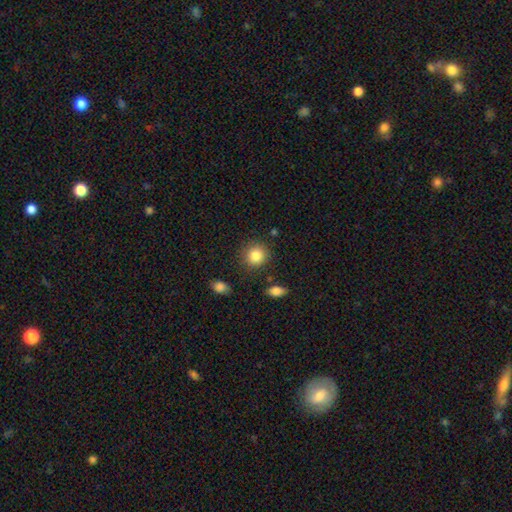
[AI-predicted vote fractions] Smooth or featured: smooth — 85% (star or artifact — 9%)
How rounded: round — 88% (in between — 11%)
Merging: none — 85% (minor disturbance — 9%)